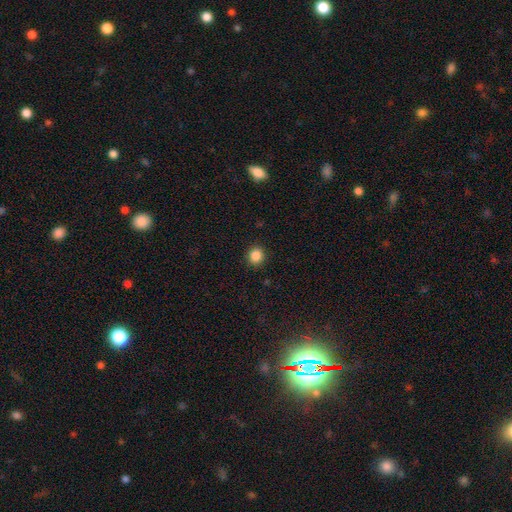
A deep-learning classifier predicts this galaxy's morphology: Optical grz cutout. It shows a smooth galaxy with no disk features (86%) that is round (87%). Merging: none (91%).